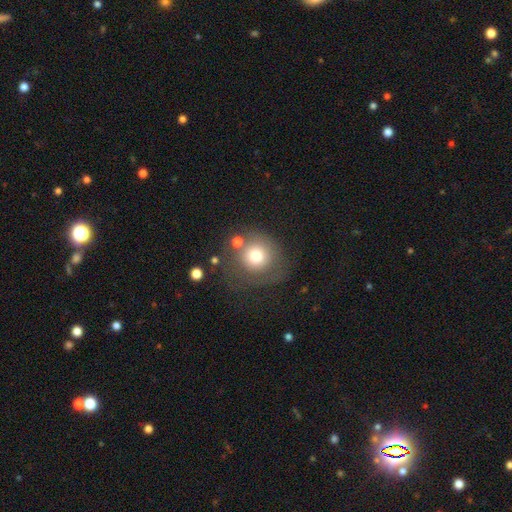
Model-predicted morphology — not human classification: smooth-or-featured: smooth: 71% | featured or disk: 17% | star or artifact: 12%
  how-rounded: round: 90% | in between: 9% | cigar-shaped: 1%
  merging: none: 62% | minor disturbance: 16% | major disturbance: 12% | merger: 10%